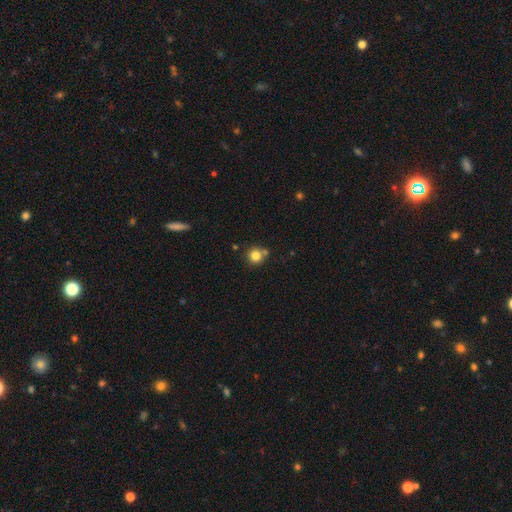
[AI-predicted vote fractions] This appears to be a smooth galaxy with no disk features (82%) that is round (93%). Merging: none (73%).